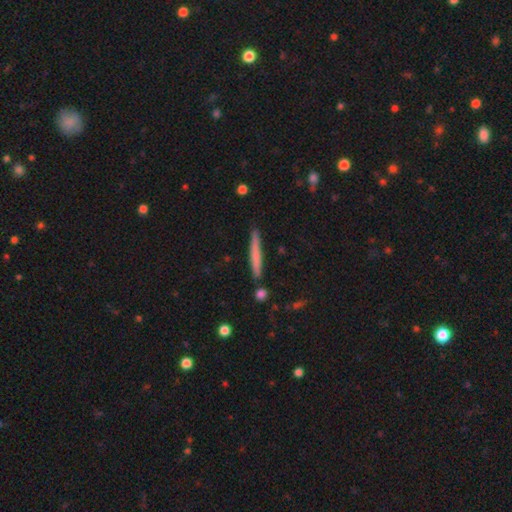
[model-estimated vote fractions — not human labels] This is likely a smooth galaxy (63%). How rounded: clearly cigar-shaped (96%). Merging: clearly none (87%).